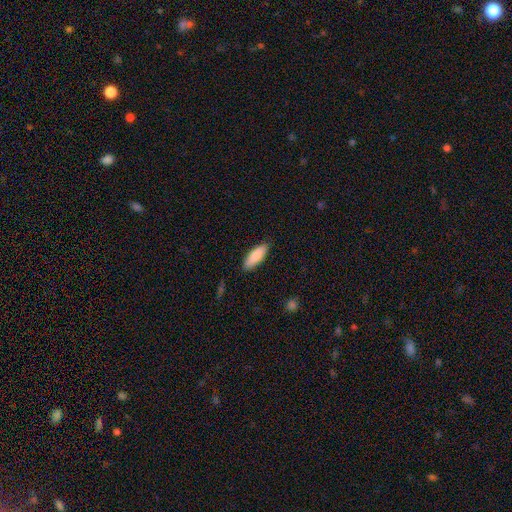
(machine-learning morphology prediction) Smooth or featured?
  - smooth: 87% *
  - featured or disk: 8%
  - star or artifact: 6%
How rounded?
  - in between: 68% *
  - cigar-shaped: 31%
  - round: 2%
Merging?
  - none: 87% *
  - minor disturbance: 10%
  - major disturbance: 2%
  - merger: 1%